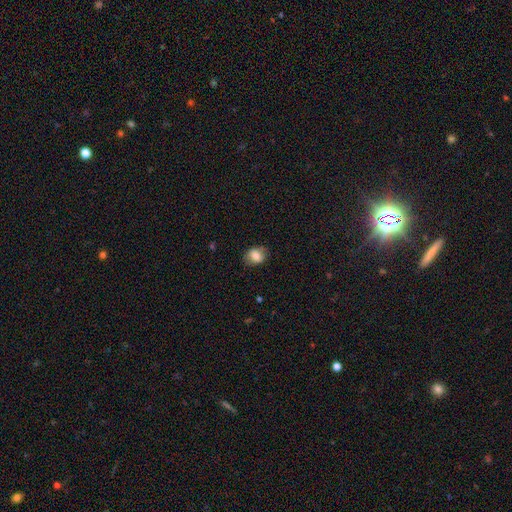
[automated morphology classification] Smooth or featured? Predicted: smooth (p=0.77). How rounded? Predicted: in between (p=0.64). Merging? Predicted: none (p=0.76).